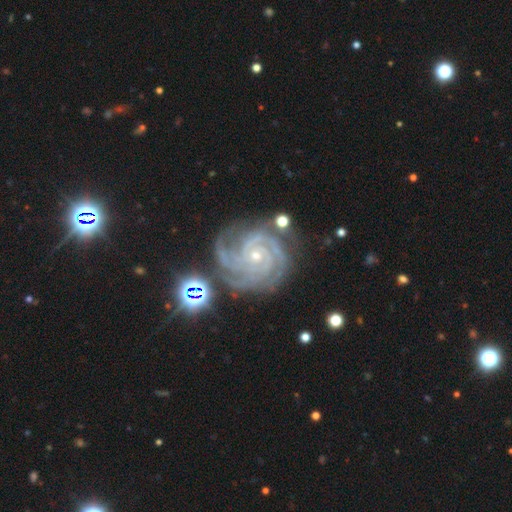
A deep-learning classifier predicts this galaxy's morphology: featured or disk 91%, star or artifact 6%, smooth 3%. Down the decision tree: edge-on disk — no (98%); bar — no (73%); spiral arms — yes (99%); spiral arm count — 4 (40%); spiral winding — tight (78%); bulge size — small (79%); merging — none (69%).